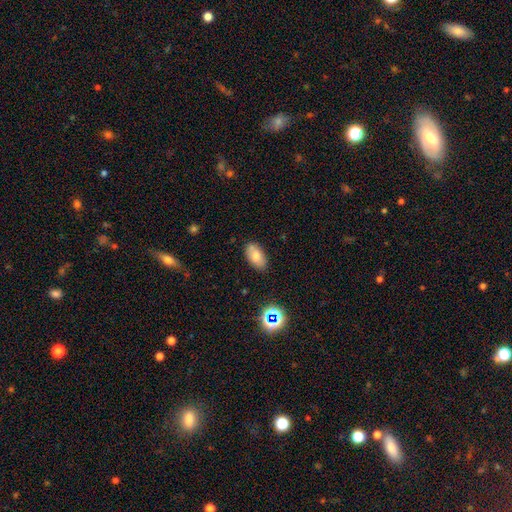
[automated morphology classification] smooth 74%, featured or disk 15%, star or artifact 11%. Down the decision tree: how rounded — in between (93%); merging — none (79%).